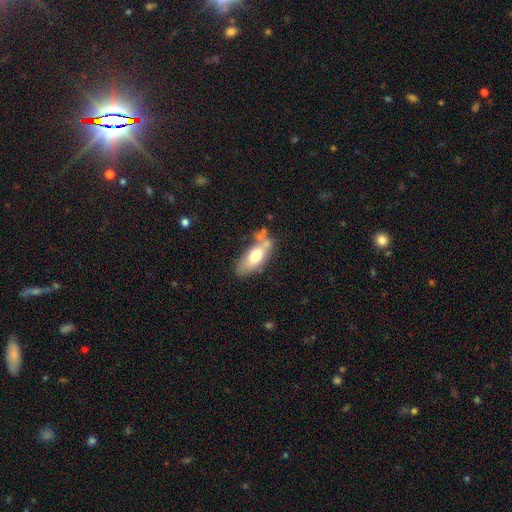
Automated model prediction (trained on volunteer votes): A smooth galaxy with no disk features (65%) that is in between round and cigar-shaped (80%). Merging: none (55%).